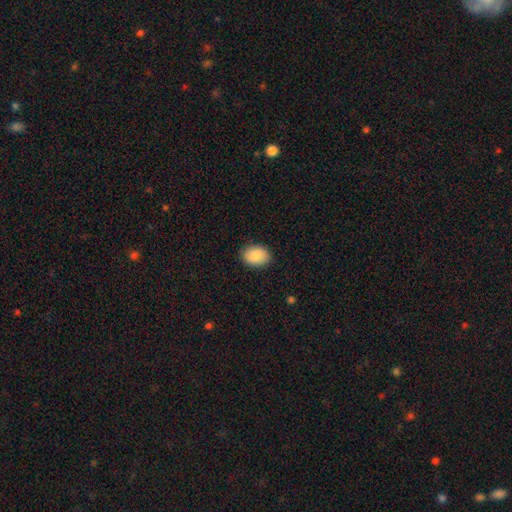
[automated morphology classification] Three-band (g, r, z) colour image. It shows a smooth galaxy with no disk features (89%) that is in between round and cigar-shaped (77%). Merging: none (88%).